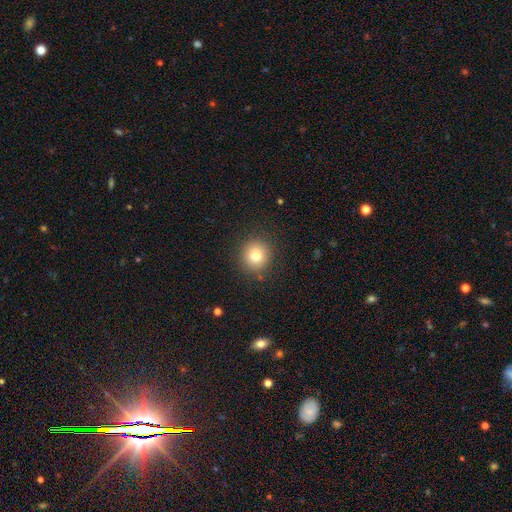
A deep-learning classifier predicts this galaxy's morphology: A smooth galaxy with no disk features (81%) that is round (88%). Merging: none (88%).